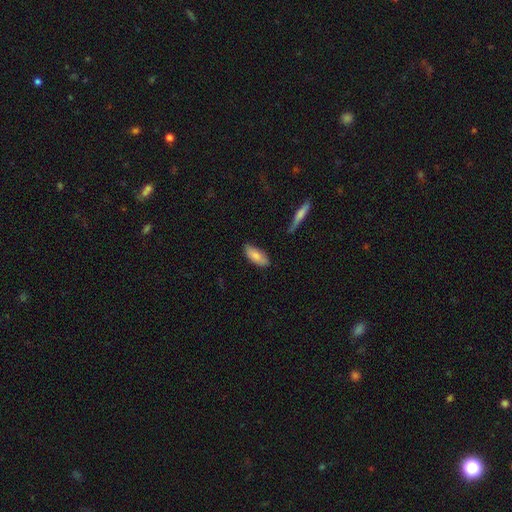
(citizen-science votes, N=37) smooth-or-featured: smooth: 89% | featured or disk: 8% | star or artifact: 3%
  how-rounded: in between: 76% | cigar-shaped: 21% | round: 3%
  merging: none: 81% | minor disturbance: 17% | major disturbance: 3% | merger: 0%